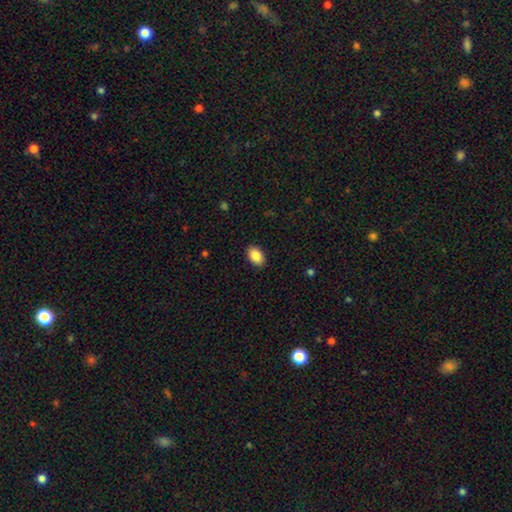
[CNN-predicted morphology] This appears to be a smooth galaxy with no disk features (88%) that is in between round and cigar-shaped (89%). Merging: none (90%).